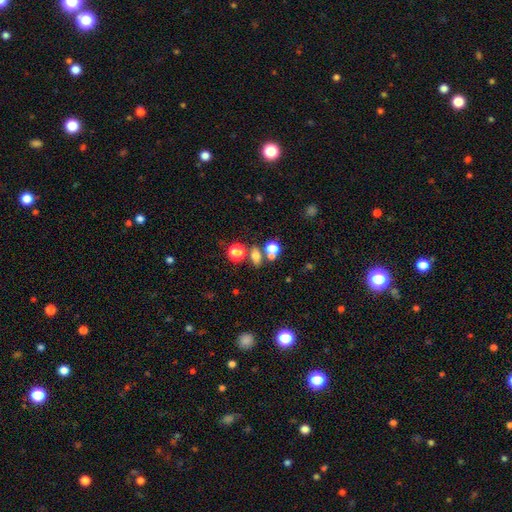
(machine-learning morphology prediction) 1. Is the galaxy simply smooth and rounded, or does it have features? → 69% smooth, 19% star or artifact, 11% featured or disk.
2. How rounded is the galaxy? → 64% in between, 32% round, 4% cigar-shaped.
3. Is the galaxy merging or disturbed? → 61% none, 24% merger, 10% minor disturbance, 5% major disturbance.